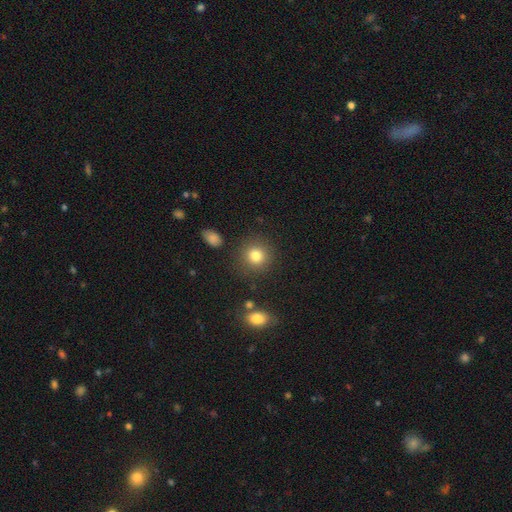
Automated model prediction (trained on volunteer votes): smooth 81%, star or artifact 11%, featured or disk 7%. Down the decision tree: how rounded — round (89%); merging — none (86%).